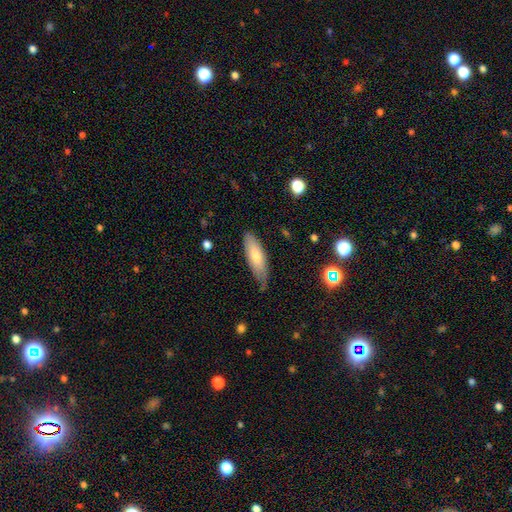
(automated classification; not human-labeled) Smooth or featured? smooth (74%)
How rounded? in between (58%)
Merging? none (64%)